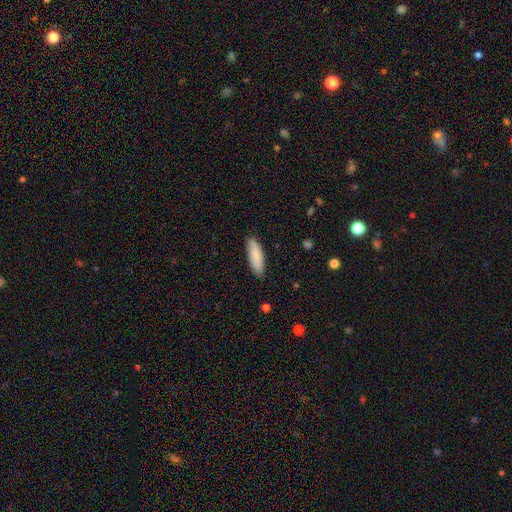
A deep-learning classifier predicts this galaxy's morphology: Smooth or featured: smooth — 87% (featured or disk — 7%)
How rounded: cigar-shaped — 50% (in between — 49%)
Merging: none — 87% (minor disturbance — 10%)